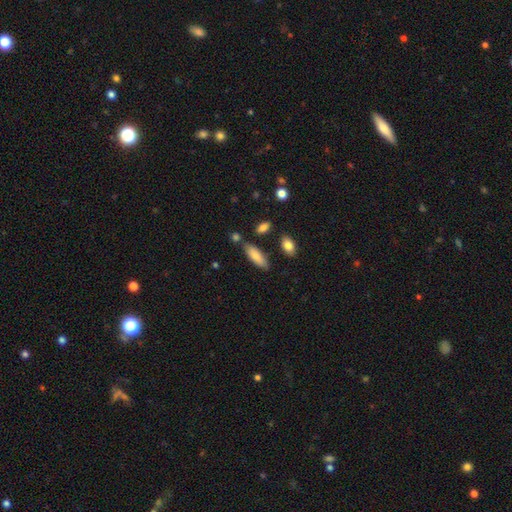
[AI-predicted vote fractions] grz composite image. It shows a smooth galaxy with no disk features (82%) that is in between round and cigar-shaped (61%). Merging: none (76%).